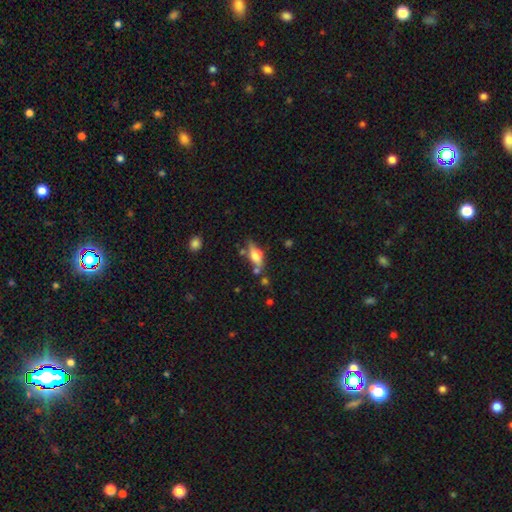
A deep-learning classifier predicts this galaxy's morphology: A smooth galaxy with no disk features (45%, tied with featured or disk). Merging: none (56%).